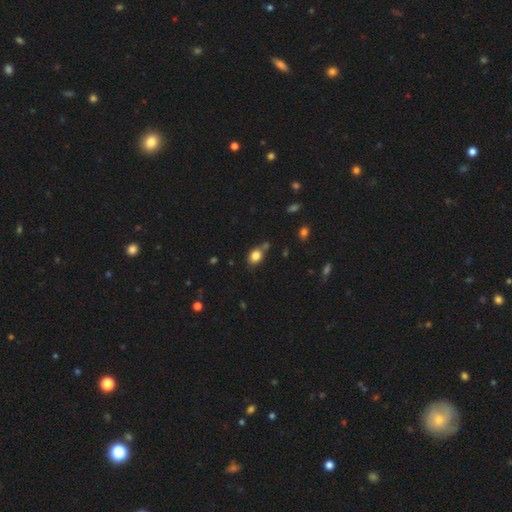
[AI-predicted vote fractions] smooth_or_featured: smooth (p=0.82) [alt: star or artifact p=0.10]
how_rounded: in between (p=0.62) [alt: round p=0.37]
merging: none (p=0.63) [alt: minor disturbance p=0.18]